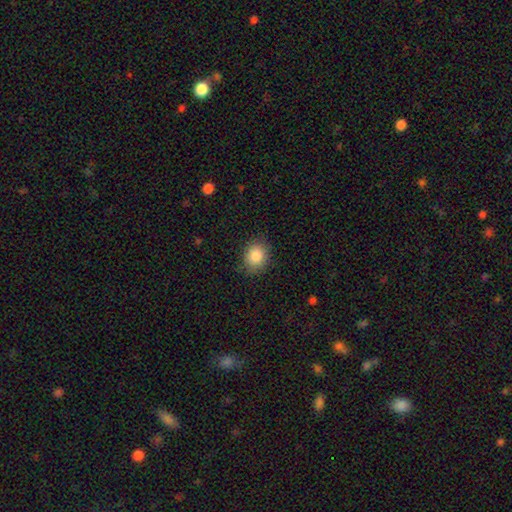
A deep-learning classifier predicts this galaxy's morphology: A smooth galaxy with no disk features (87%) that is round (59%).

Vote fractions:
- Smooth or featured? smooth: 87% / star or artifact: 8% / featured or disk: 5%
- How rounded? round: 59% / in between: 40% / cigar-shaped: 1%
- Merging? none: 83% / minor disturbance: 13% / major disturbance: 3% / merger: 1%